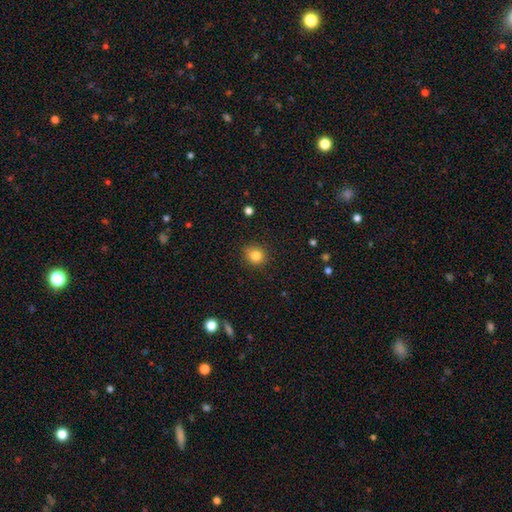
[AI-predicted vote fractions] This appears to be a smooth galaxy with no disk features (83%) that is round (82%). Merging: none (86%).